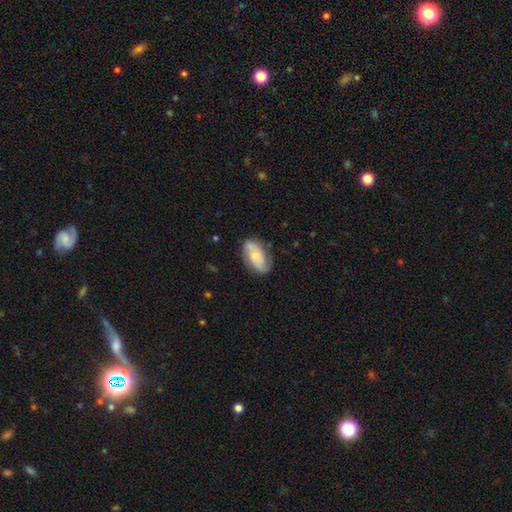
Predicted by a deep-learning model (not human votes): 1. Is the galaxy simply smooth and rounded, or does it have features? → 47% smooth, 46% featured or disk, 7% star or artifact.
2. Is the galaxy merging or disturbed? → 75% none, 18% minor disturbance, 5% major disturbance, 2% merger.